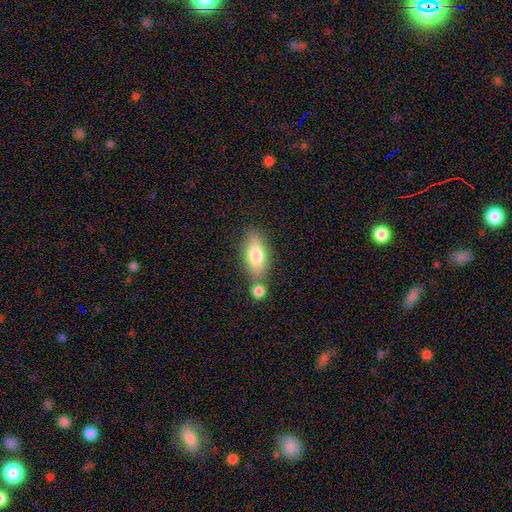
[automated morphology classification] Smooth or featured?
  - smooth: 73% *
  - featured or disk: 20%
  - star or artifact: 7%
How rounded?
  - in between: 77% *
  - cigar-shaped: 19%
  - round: 4%
Merging?
  - none: 60% *
  - merger: 23%
  - minor disturbance: 13%
  - major disturbance: 4%